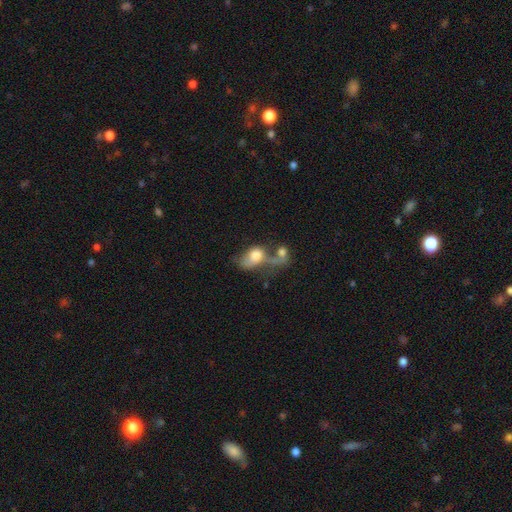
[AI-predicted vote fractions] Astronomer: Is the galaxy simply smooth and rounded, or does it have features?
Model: smooth — 63%.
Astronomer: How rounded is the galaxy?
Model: in between — 74%.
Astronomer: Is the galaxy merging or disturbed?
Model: merger — 52%.